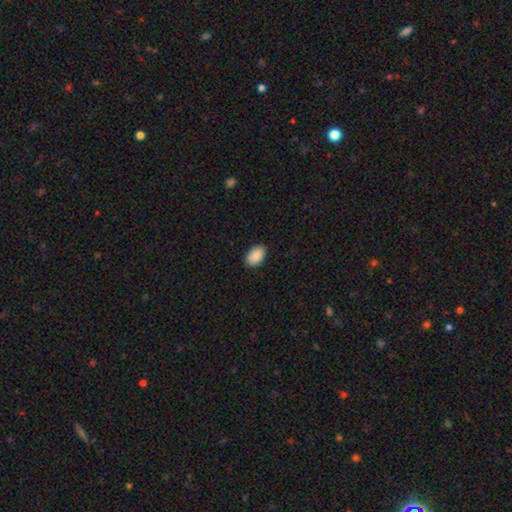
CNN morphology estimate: Smooth or featured: smooth — 91% (star or artifact — 6%)
How rounded: in between — 92% (round — 7%)
Merging: none — 88% (minor disturbance — 10%)